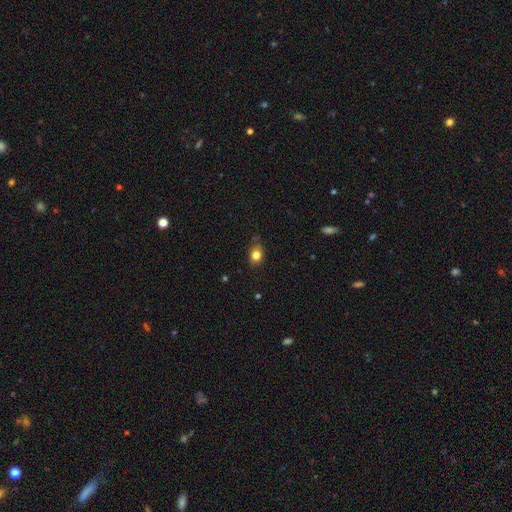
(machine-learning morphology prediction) A smooth galaxy with no disk features (81%) that is in between round and cigar-shaped (59%).

Vote fractions:
- Smooth or featured? smooth: 81% / star or artifact: 11% / featured or disk: 8%
- How rounded? in between: 59% / round: 39% / cigar-shaped: 2%
- Merging? none: 74% / minor disturbance: 20% / major disturbance: 4% / merger: 2%